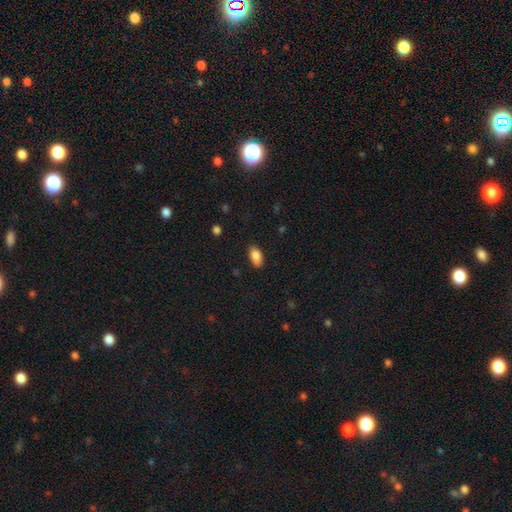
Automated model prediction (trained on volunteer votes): Smooth or featured: smooth — 83% (featured or disk — 9%)
How rounded: in between — 91% (round — 5%)
Merging: none — 77% (minor disturbance — 17%)